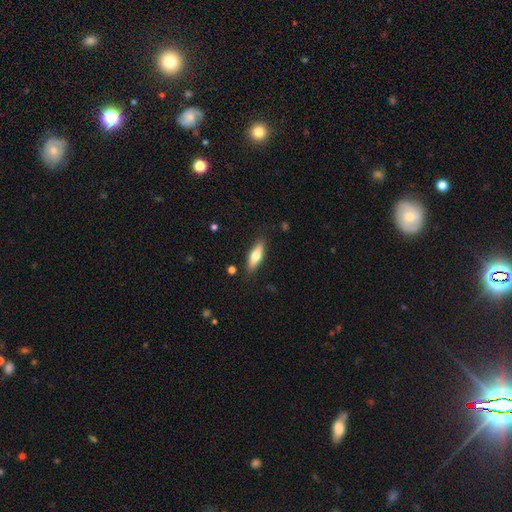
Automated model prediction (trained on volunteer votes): The model was most divided on "how rounded": in between: 50%, cigar-shaped: 47%, round: 3%. More confident: merging — none (86%); smooth or featured — smooth (58%).